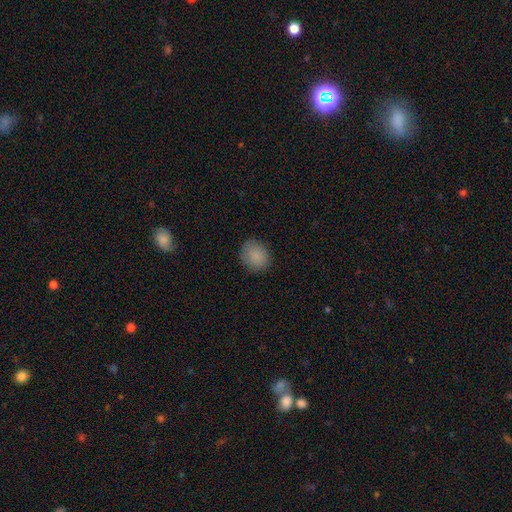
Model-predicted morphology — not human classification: type=smooth (88%); roundness=round (70%); merging=none (86%).